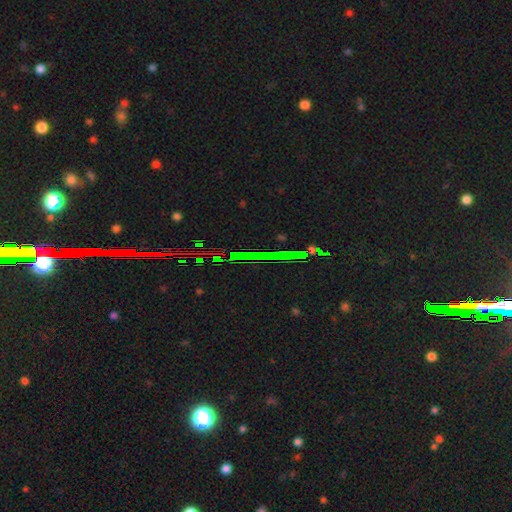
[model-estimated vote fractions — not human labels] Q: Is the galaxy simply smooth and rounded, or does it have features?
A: star or artifact — 77%.